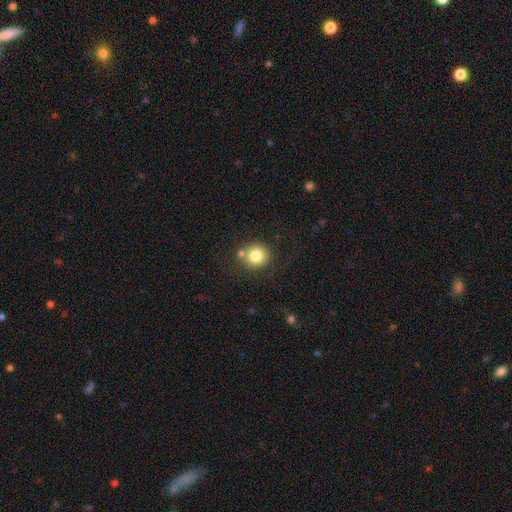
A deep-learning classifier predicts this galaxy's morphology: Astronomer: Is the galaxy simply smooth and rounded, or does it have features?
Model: smooth — 80%.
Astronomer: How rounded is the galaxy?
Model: round — 91%.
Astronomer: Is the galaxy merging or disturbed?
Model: none — 71%.